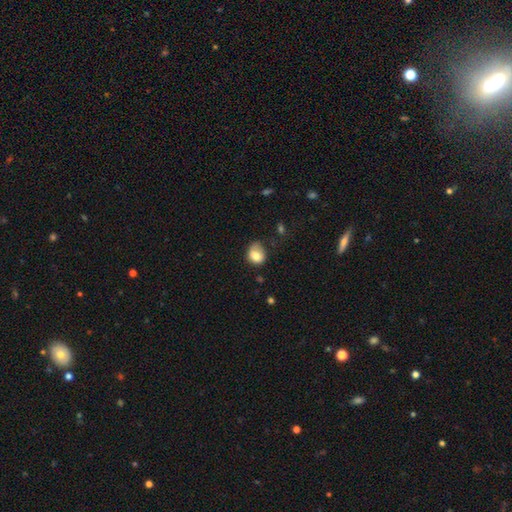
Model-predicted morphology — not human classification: smooth 79%, featured or disk 12%, star or artifact 9%. Down the decision tree: how rounded — in between (54%); merging — none (41%).